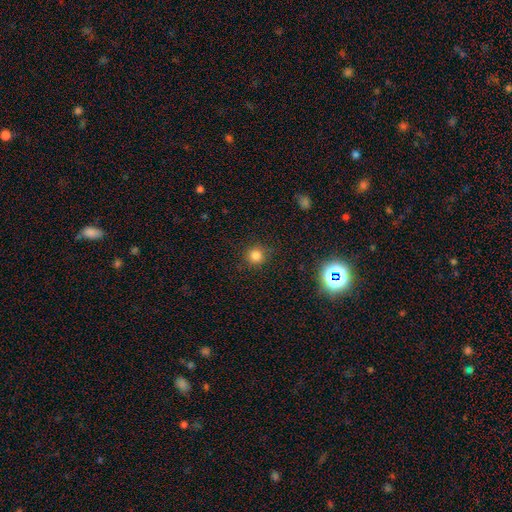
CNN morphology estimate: Q: Smooth or featured?
A: smooth (81%); runner-up: star or artifact (14%)
Q: How rounded?
A: round (93%); runner-up: in between (6%)
Q: Merging?
A: none (88%); runner-up: minor disturbance (8%)